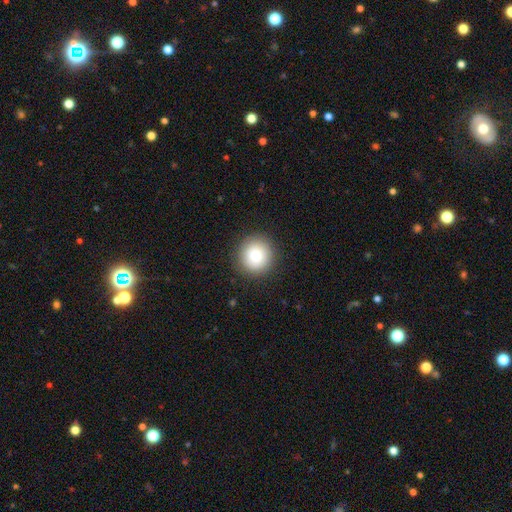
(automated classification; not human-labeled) This appears to be a smooth galaxy with no disk features (80%) that is round (94%). Merging: none (90%).